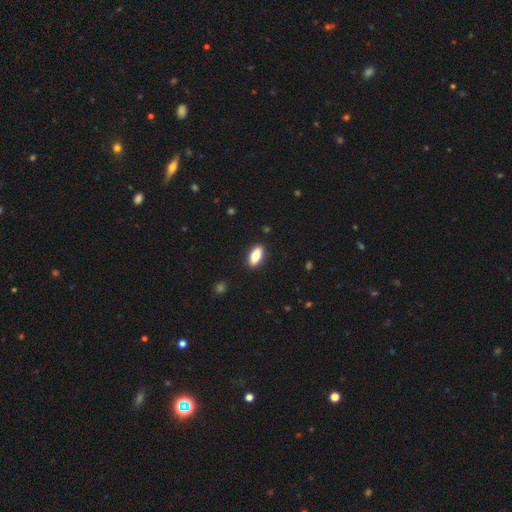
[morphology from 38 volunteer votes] type=smooth (68%); roundness=in between (58%); merging=none (86%).